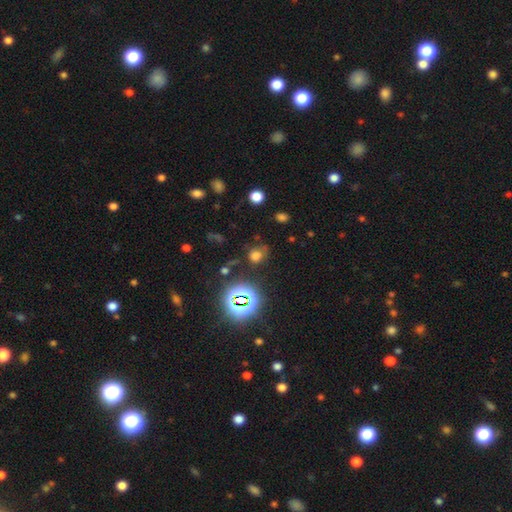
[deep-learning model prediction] Smooth or featured?
  - smooth: 57% *
  - star or artifact: 34%
  - featured or disk: 9%
How rounded?
  - round: 67% *
  - in between: 32%
  - cigar-shaped: 1%
Merging?
  - none: 61% *
  - minor disturbance: 21%
  - major disturbance: 12%
  - merger: 6%